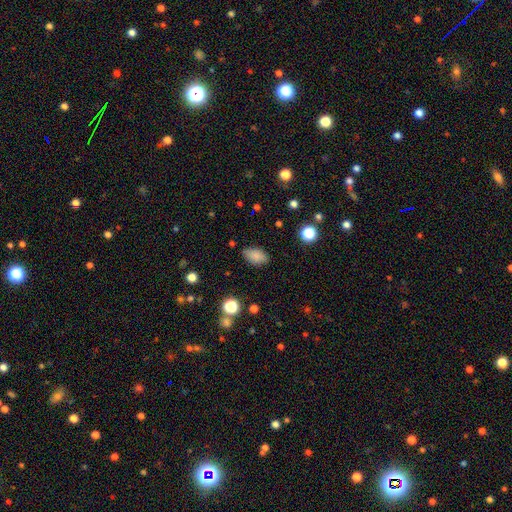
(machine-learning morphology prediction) The model was most divided on "merging": none: 81%, minor disturbance: 14%, major disturbance: 3%, merger: 2%. More confident: how rounded — in between (89%); smooth or featured — smooth (84%).